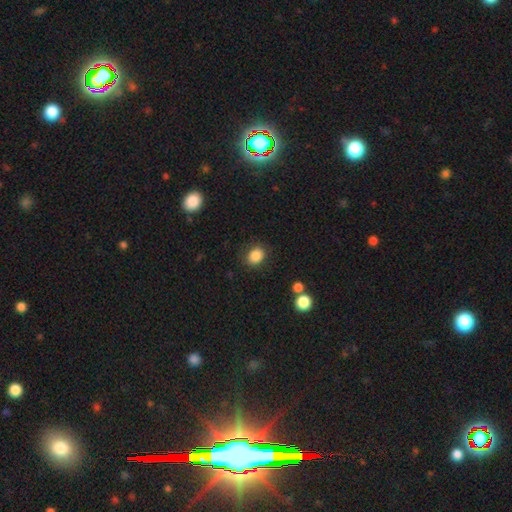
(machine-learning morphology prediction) Overall: smooth (86%). How rounded: round (58%; in between 41%). Merging: none (81%).